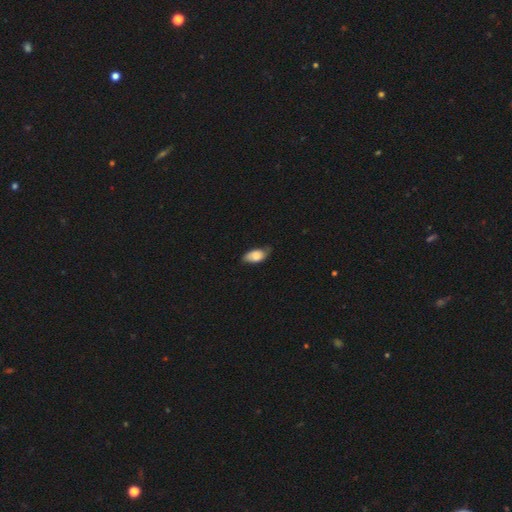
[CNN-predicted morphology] The model was most divided on "merging": none: 55%, minor disturbance: 36%, major disturbance: 8%, merger: 2%. More confident: how rounded — in between (92%); smooth or featured — smooth (74%).